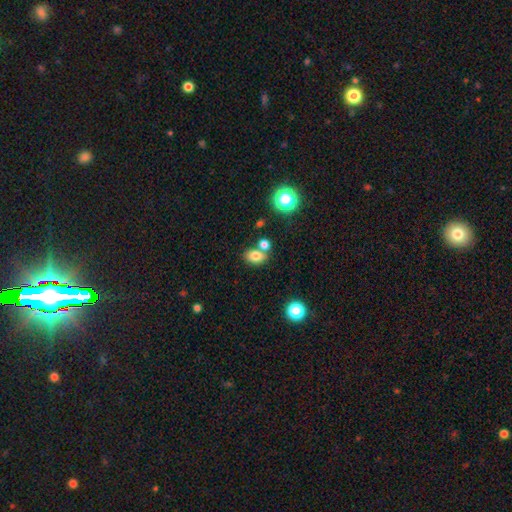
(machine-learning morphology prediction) Smooth or featured: smooth — 79% (star or artifact — 12%)
How rounded: in between — 70% (round — 29%)
Merging: none — 60% (merger — 25%)